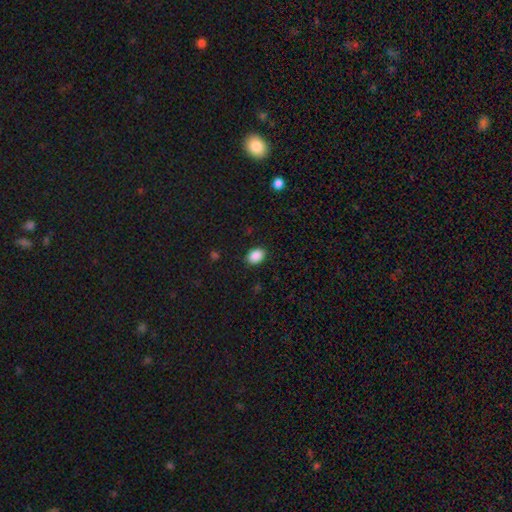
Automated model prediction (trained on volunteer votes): smooth_or_featured: smooth (p=0.89) [alt: star or artifact p=0.08]
how_rounded: in between (p=0.75) [alt: round p=0.24]
merging: none (p=0.89) [alt: minor disturbance p=0.08]